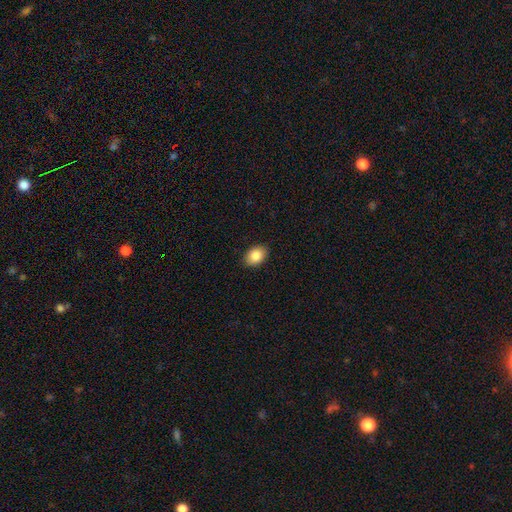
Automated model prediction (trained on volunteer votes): This appears to be a smooth galaxy with no disk features (86%) that is in between round and cigar-shaped (77%). Merging: none (89%).